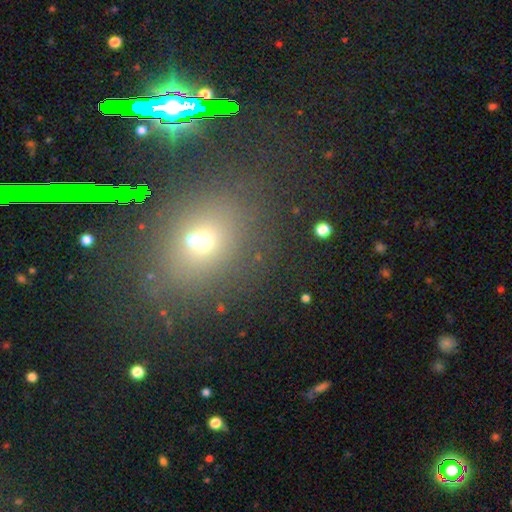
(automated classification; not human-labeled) This appears to be a smooth galaxy with no disk features (47%). Merging: none (74%).